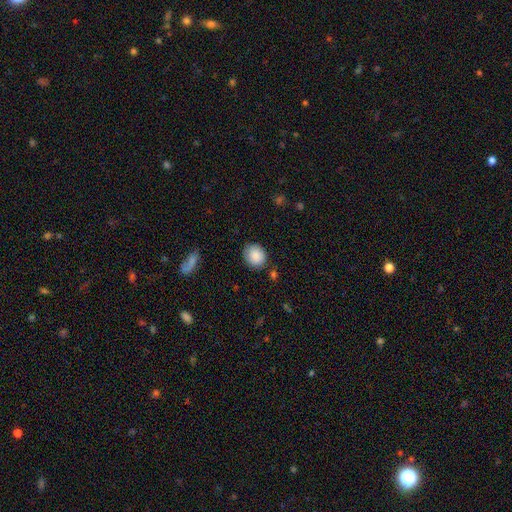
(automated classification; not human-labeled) Morphology: type=smooth (87%); roundness=round (71%); merging=none (79%).